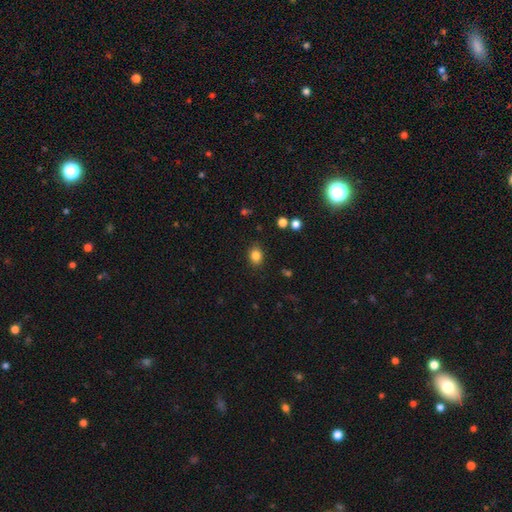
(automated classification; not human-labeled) This is clearly a smooth galaxy (83%). How rounded: possibly round (50%). Merging: clearly none (86%).